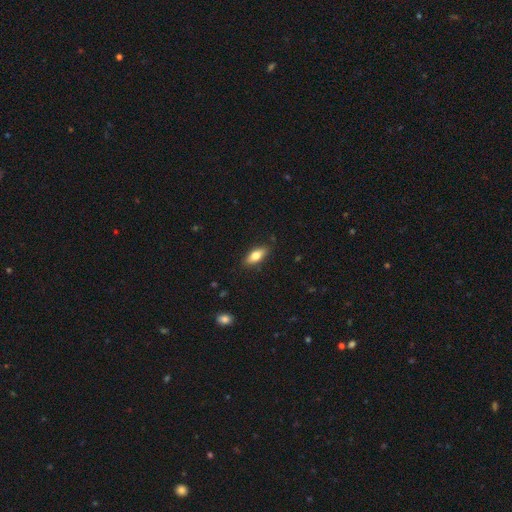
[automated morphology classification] This appears to be a smooth galaxy with no disk features (75%) that is in between round and cigar-shaped (79%). Merging: none (86%).